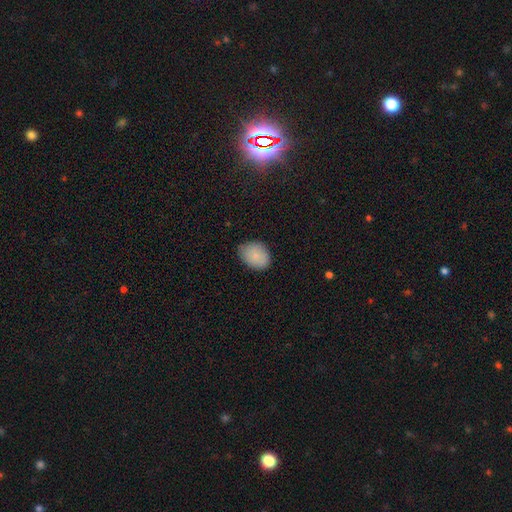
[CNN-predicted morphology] type=smooth (86%); roundness=in between (70%); merging=none (73%).